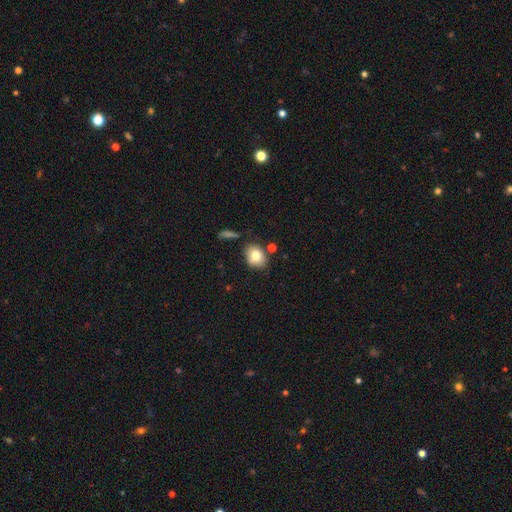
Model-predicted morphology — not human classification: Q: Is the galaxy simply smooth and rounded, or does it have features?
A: smooth — 79%.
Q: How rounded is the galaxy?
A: in between — 56%.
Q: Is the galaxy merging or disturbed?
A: none — 69%.